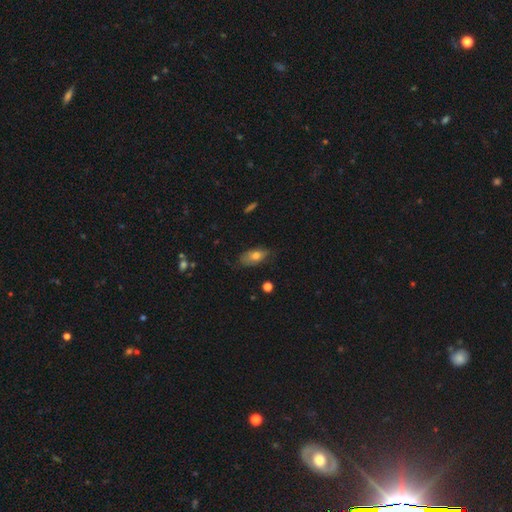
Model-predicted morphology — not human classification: A smooth galaxy with no disk features (69%) that is in between round and cigar-shaped (86%).

Vote fractions:
- Smooth or featured? smooth: 69% / featured or disk: 22% / star or artifact: 8%
- How rounded? in between: 86% / cigar-shaped: 8% / round: 6%
- Merging? none: 60% / minor disturbance: 31% / major disturbance: 7% / merger: 2%